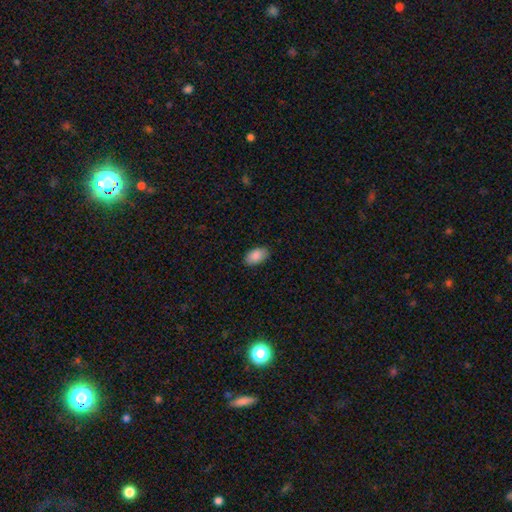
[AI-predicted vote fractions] Morphology: type=smooth (89%); roundness=in between (94%); merging=none (86%).